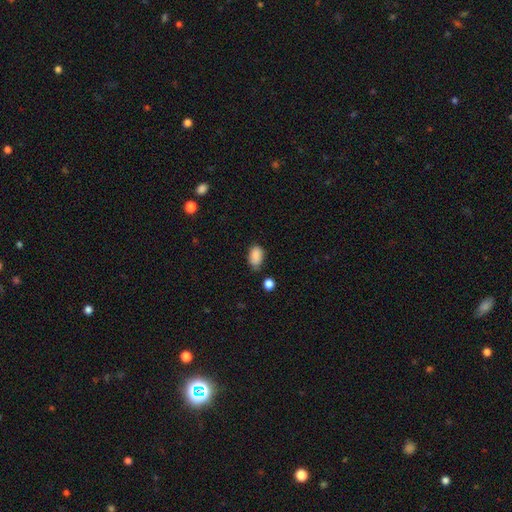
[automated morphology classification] Smooth or featured: smooth — 86% (star or artifact — 9%)
How rounded: in between — 88% (round — 11%)
Merging: none — 62% (minor disturbance — 28%)